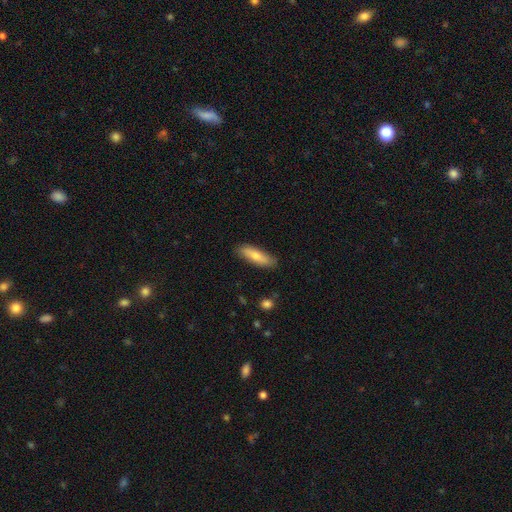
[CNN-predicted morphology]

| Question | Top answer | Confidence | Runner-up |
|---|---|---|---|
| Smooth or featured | smooth | 74% | featured or disk (20%) |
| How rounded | cigar-shaped | 55% | in between (43%) |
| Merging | none | 85% | minor disturbance (12%) |